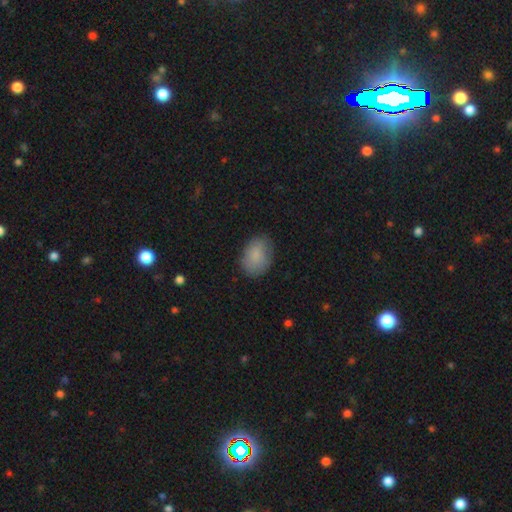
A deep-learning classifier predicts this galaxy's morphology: This appears to be a smooth galaxy with no disk features (86%) that is in between round and cigar-shaped (75%). Merging: none (77%).